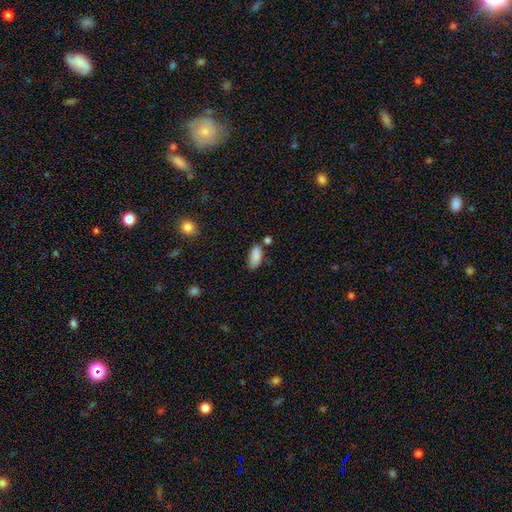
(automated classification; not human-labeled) Smooth or featured? Predicted: smooth (p=0.88). How rounded? Predicted: in between (p=0.89). Merging? Predicted: none (p=0.67).